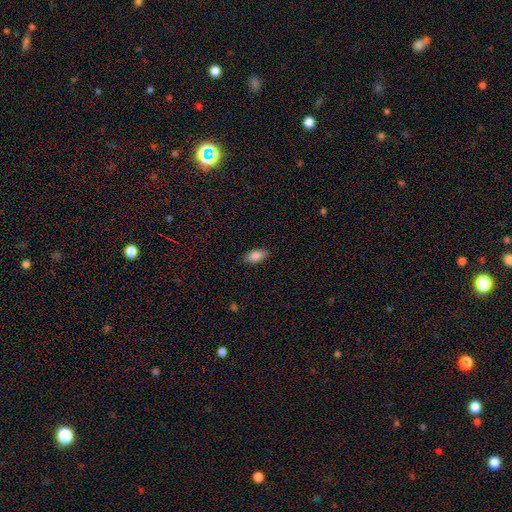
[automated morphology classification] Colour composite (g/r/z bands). It shows a smooth galaxy with no disk features (85%) that is in between round and cigar-shaped (91%). Merging: none (87%).